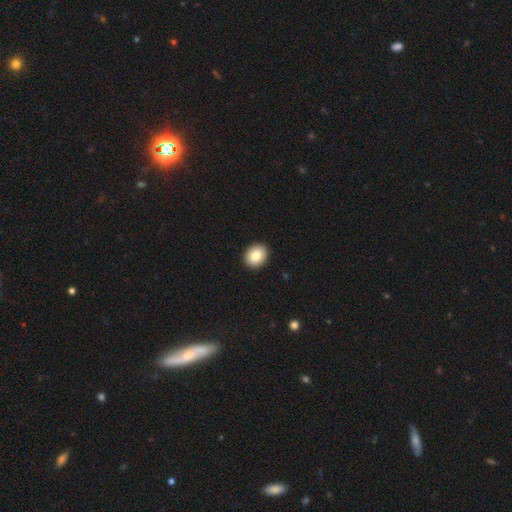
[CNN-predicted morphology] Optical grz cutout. It shows a smooth galaxy with no disk features (84%) that is round (60%). Merging: none (93%).